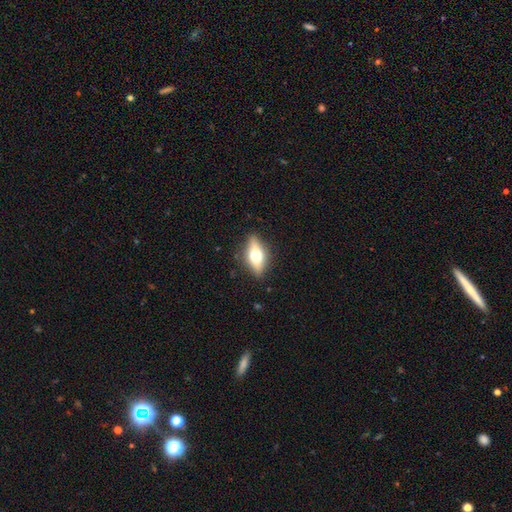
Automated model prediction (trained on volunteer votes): Overall: smooth (49%; featured or disk 43%). Merging: none (85%).